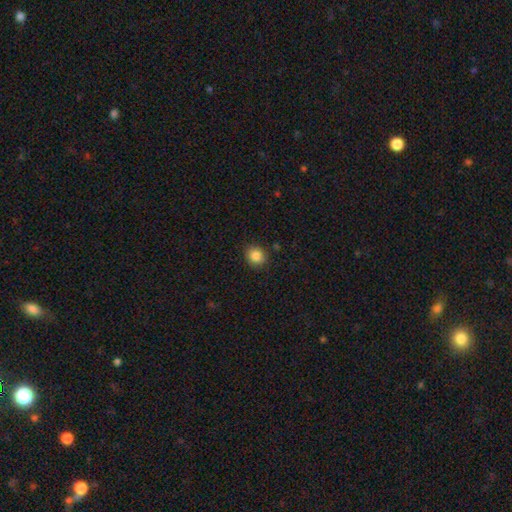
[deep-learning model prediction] The model was most divided on "how rounded": round: 75%, in between: 25%, cigar-shaped: 1%. More confident: merging — none (87%); smooth or featured — smooth (86%).